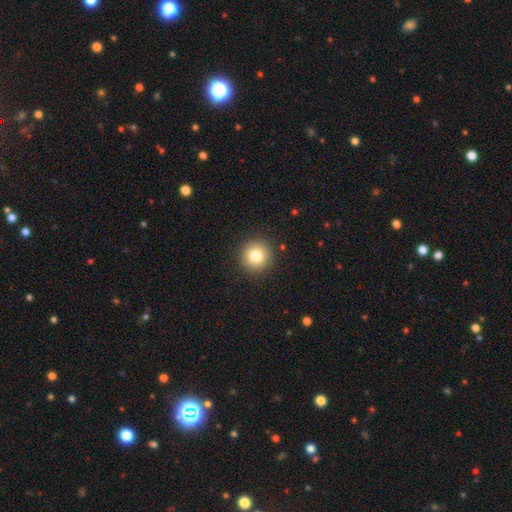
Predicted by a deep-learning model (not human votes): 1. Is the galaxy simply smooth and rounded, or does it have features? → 80% smooth, 11% star or artifact, 9% featured or disk.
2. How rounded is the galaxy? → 95% round, 4% in between, 1% cigar-shaped.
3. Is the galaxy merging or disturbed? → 91% none, 6% minor disturbance, 2% major disturbance, 1% merger.